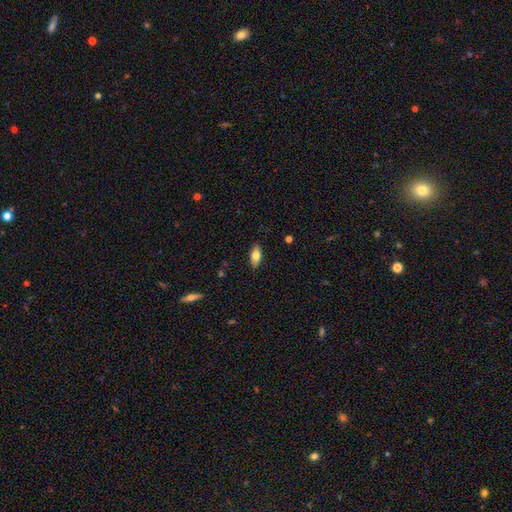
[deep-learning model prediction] Q: Smooth or featured?
A: smooth (65%); runner-up: featured or disk (29%)
Q: How rounded?
A: in between (80%); runner-up: cigar-shaped (17%)
Q: Merging?
A: none (87%); runner-up: minor disturbance (10%)